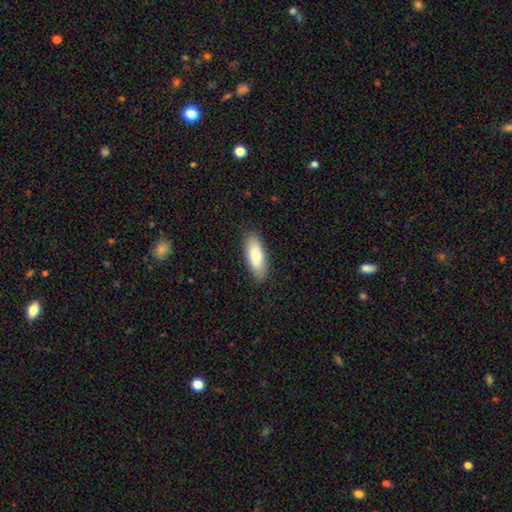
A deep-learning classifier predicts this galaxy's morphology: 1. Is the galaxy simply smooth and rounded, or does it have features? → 77% smooth, 17% featured or disk, 6% star or artifact.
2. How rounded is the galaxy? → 68% in between, 30% cigar-shaped, 2% round.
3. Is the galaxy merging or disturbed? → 88% none, 9% minor disturbance, 2% major disturbance, 1% merger.